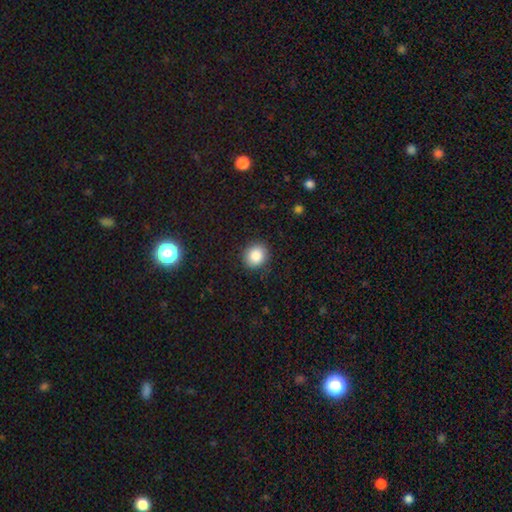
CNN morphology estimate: Smooth or featured: smooth — 86% (star or artifact — 9%)
How rounded: round — 76% (in between — 23%)
Merging: none — 89% (minor disturbance — 8%)